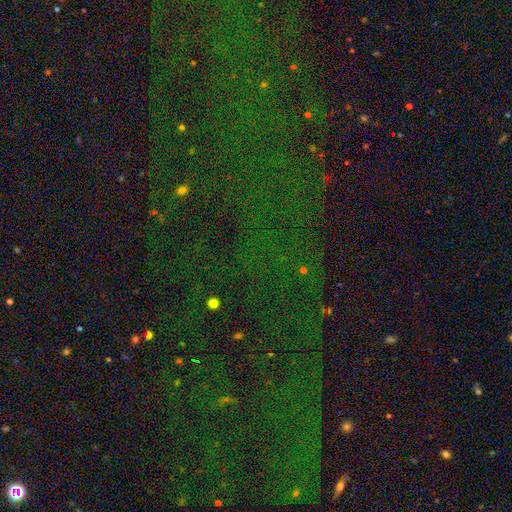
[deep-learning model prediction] This appears to be a star or artifact, not a galaxy (82%).